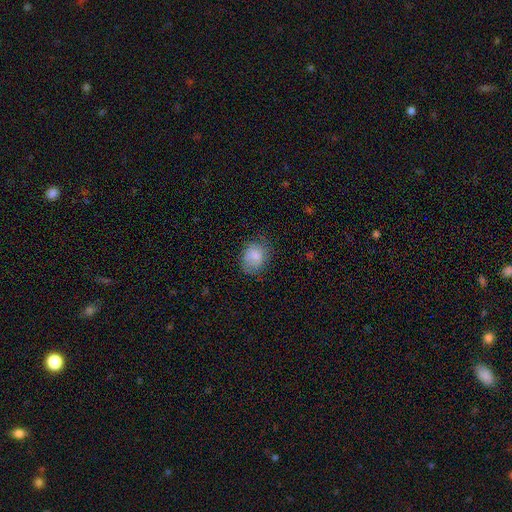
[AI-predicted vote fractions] Smooth or featured? Predicted: smooth (p=0.82). How rounded? Predicted: in between (p=0.59). Merging? Predicted: none (p=0.66).